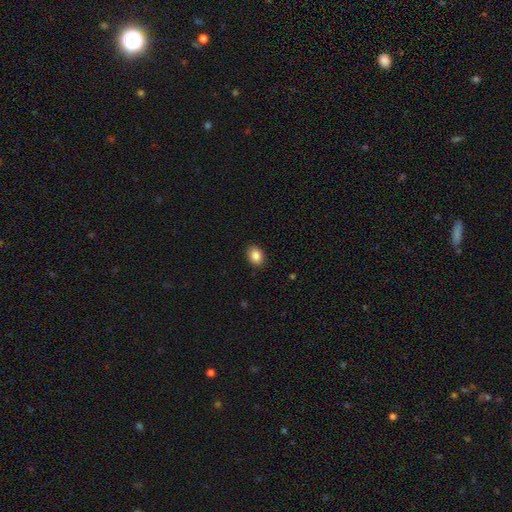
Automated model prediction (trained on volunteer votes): Morphology: type=smooth (86%); roundness=in between (64%); merging=none (88%).